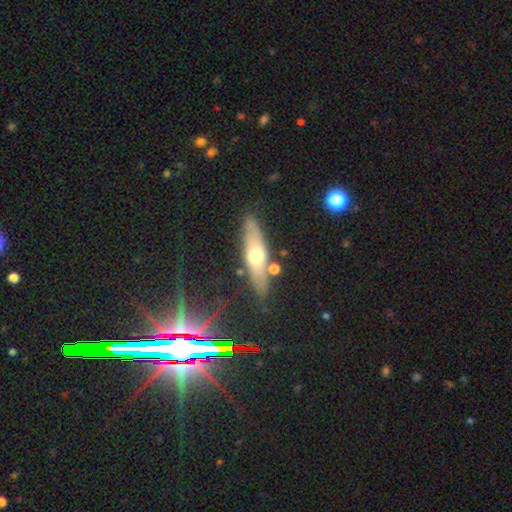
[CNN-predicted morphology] smooth 47%, featured or disk 44%, star or artifact 9%. Down the decision tree: merging — none (82%).